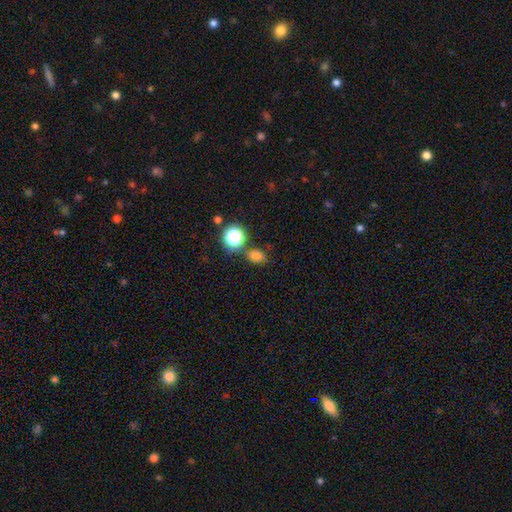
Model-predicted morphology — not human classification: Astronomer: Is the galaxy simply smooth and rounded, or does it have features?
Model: smooth — 74%.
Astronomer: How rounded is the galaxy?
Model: in between — 51% (runner-up: round, 47%).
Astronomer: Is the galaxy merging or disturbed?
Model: none — 74%.